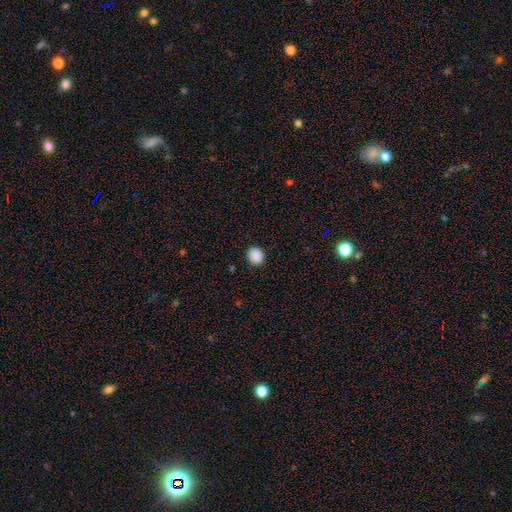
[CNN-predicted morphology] Smooth or featured: smooth — 89% (star or artifact — 9%)
How rounded: round — 70% (in between — 29%)
Merging: none — 89% (minor disturbance — 8%)